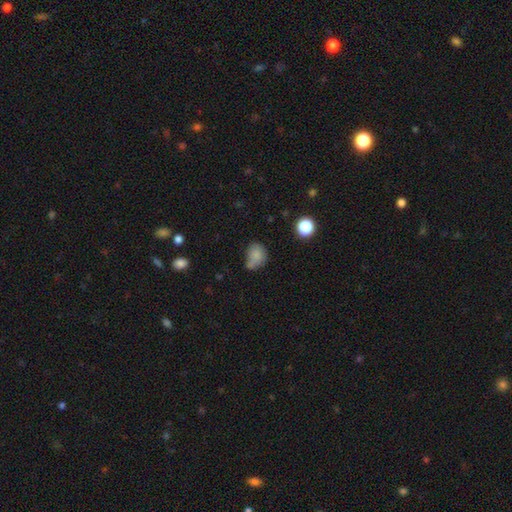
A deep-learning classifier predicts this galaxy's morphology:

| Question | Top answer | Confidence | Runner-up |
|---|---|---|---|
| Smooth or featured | smooth | 78% | star or artifact (12%) |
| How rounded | in between | 53% | round (46%) |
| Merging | none | 42% | minor disturbance (28%) |